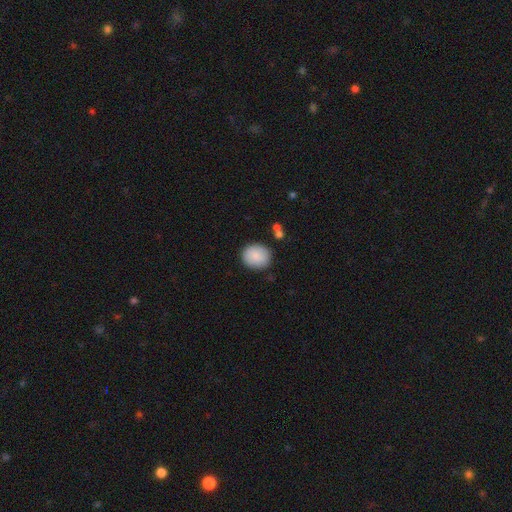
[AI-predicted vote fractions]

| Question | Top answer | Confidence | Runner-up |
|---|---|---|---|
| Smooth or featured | smooth | 87% | star or artifact (7%) |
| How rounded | round | 75% | in between (24%) |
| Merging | none | 85% | minor disturbance (10%) |